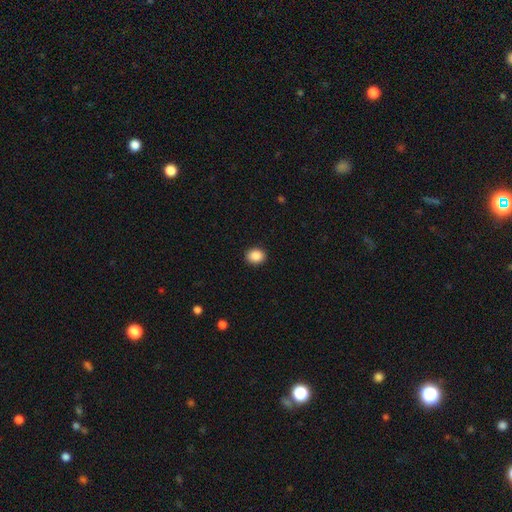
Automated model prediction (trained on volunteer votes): Smooth or featured? Predicted: smooth (p=0.88). How rounded? Predicted: round (p=0.58). Merging? Predicted: none (p=0.92).